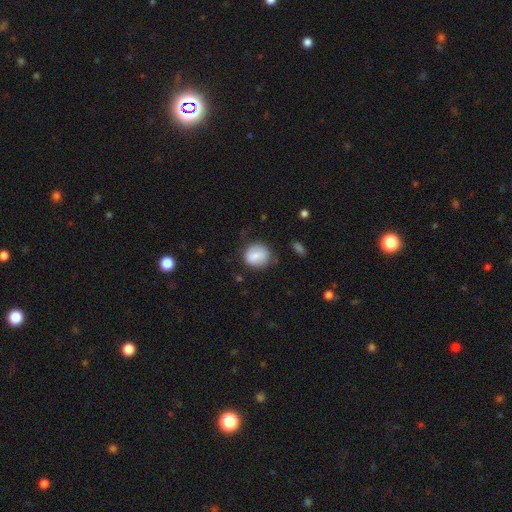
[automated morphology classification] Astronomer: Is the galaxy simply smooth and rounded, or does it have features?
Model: smooth — 81%.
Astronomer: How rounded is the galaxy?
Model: round — 78%.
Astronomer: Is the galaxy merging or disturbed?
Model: none — 70%.